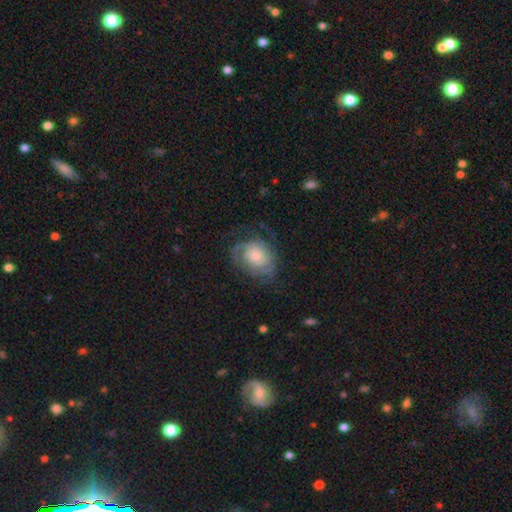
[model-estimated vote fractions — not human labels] Smooth or featured? Predicted: featured or disk (p=0.59). Edge-on disk? Predicted: no (p=0.97). Bar? Predicted: no (p=0.79). Spiral arms? Predicted: yes (p=0.80). Bulge size? Predicted: moderate (p=0.44). Merging? Predicted: none (p=0.56).